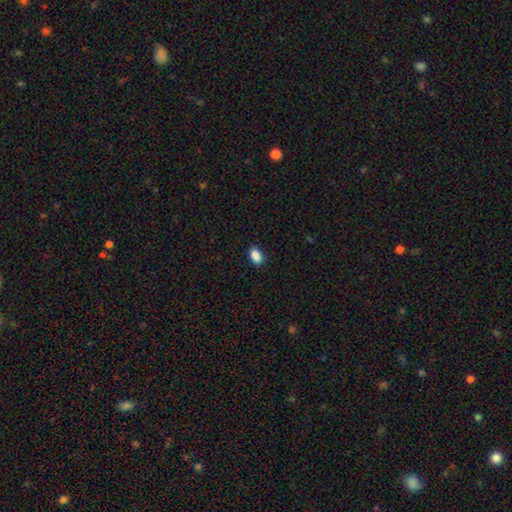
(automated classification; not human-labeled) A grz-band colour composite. It shows a smooth galaxy with no disk features (89%) that is in between round and cigar-shaped (89%). Merging: none (88%).